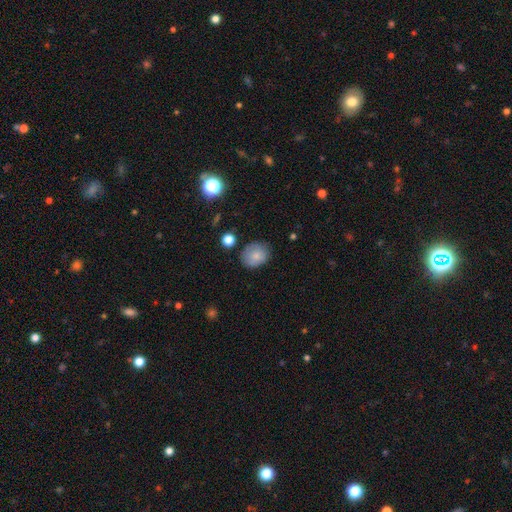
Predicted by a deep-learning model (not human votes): Smooth or featured: smooth — 82% (featured or disk — 9%)
How rounded: round — 59% (in between — 40%)
Merging: none — 77% (minor disturbance — 17%)